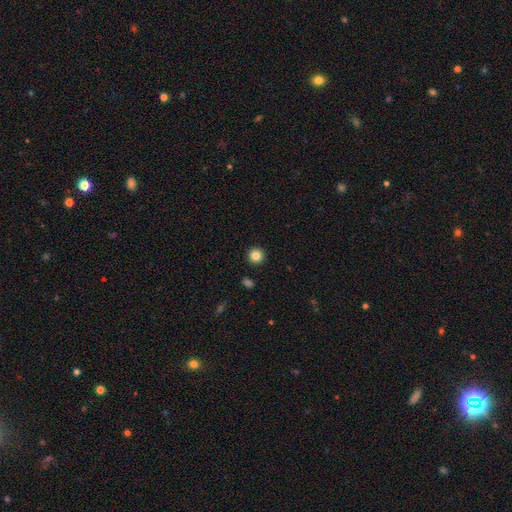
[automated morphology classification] This appears to be a smooth galaxy with no disk features (84%) that is round (95%). Merging: none (93%).